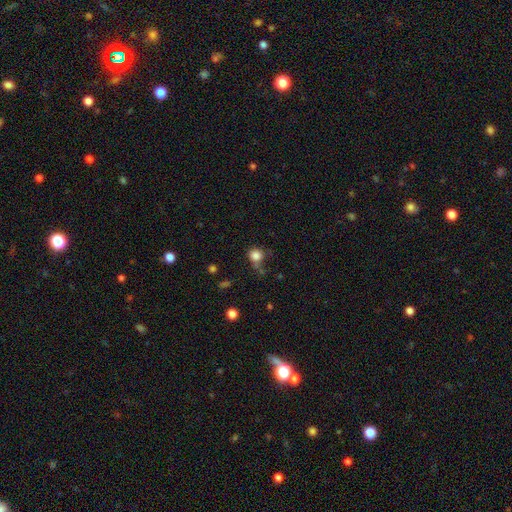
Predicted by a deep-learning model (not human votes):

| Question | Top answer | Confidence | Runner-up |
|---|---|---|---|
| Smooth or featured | smooth | 83% | star or artifact (11%) |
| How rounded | round | 83% | in between (16%) |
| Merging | none | 55% | minor disturbance (24%) |